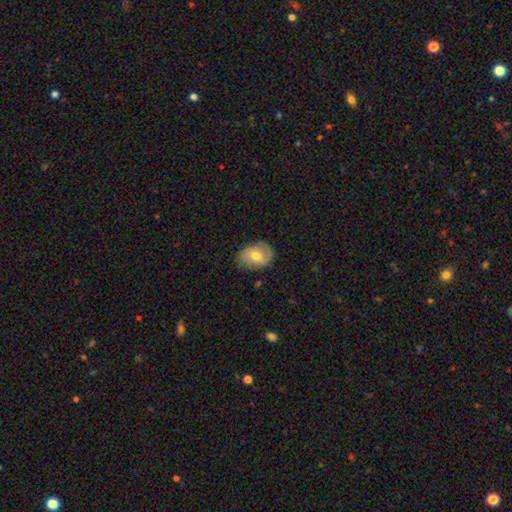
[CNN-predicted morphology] type=smooth (59%); roundness=in between (72%); merging=none (75%).